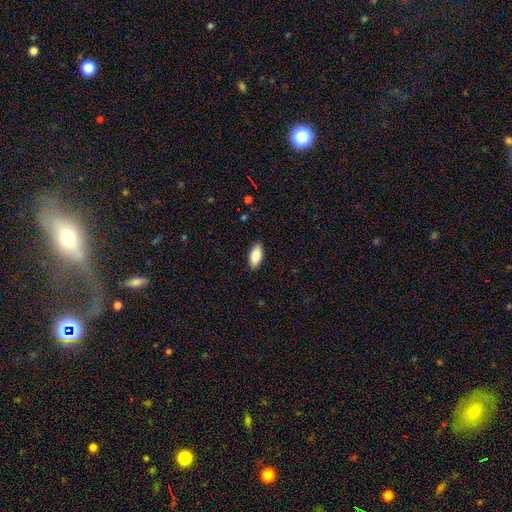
Morphology: type=smooth (89%); roundness=in between (97%); merging=none (85%).